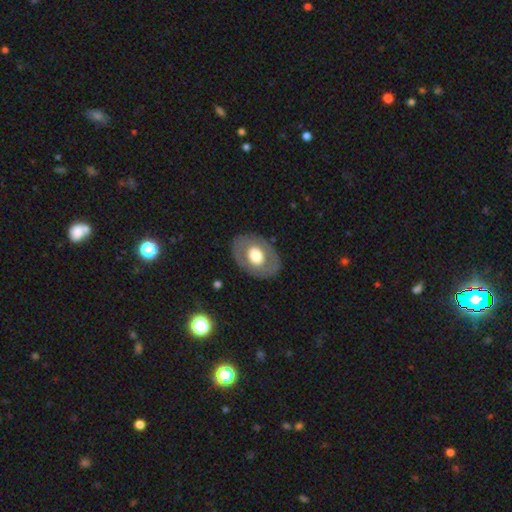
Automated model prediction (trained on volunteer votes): Smooth or featured?
  - smooth: 54% *
  - featured or disk: 40%
  - star or artifact: 6%
How rounded?
  - in between: 74% *
  - round: 25%
  - cigar-shaped: 1%
Merging?
  - none: 83% *
  - minor disturbance: 11%
  - major disturbance: 5%
  - merger: 1%